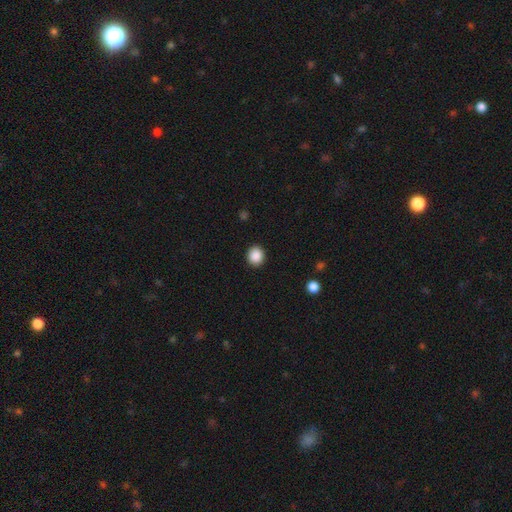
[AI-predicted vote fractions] This is clearly a smooth galaxy (89%). How rounded: clearly round (82%). Merging: clearly none (92%).